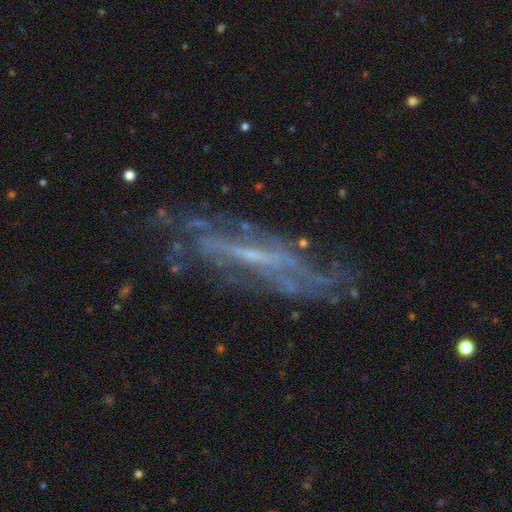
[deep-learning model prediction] Morphology: type=featured or disk (81%); edge-on=no (67%); bar=weak (40%); spiral arms=yes (81%); bulge=small (63%); merging=none (65%).